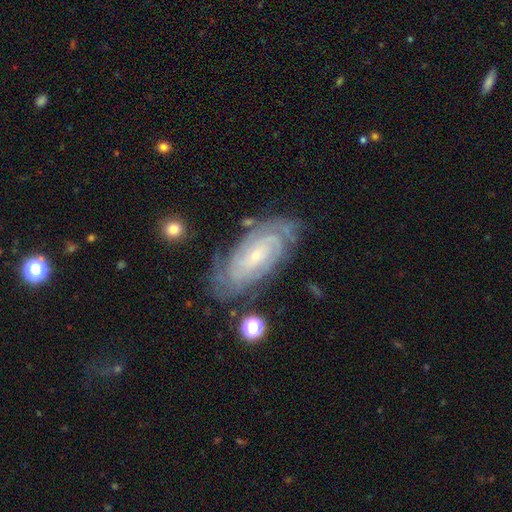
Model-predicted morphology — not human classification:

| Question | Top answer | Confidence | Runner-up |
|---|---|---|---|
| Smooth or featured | featured or disk | 88% | smooth (7%) |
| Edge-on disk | no | 94% | yes (6%) |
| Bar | no | 62% | weak (28%) |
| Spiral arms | yes | 98% | no (2%) |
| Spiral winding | tight | 79% | medium (18%) |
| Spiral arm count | can't tell | 29% | 2 (27%) |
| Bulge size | small | 80% | moderate (16%) |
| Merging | none | 76% | minor disturbance (17%) |